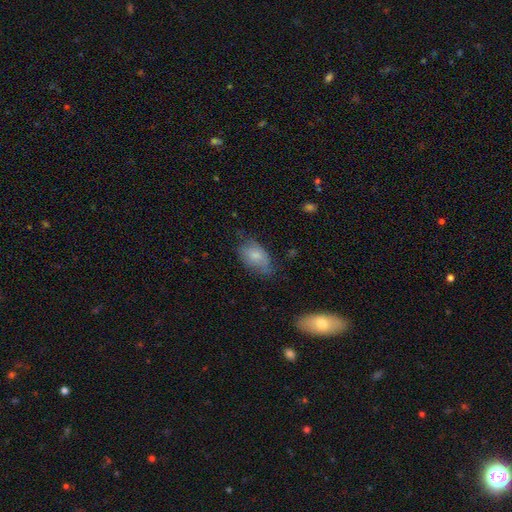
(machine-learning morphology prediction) Smooth or featured: smooth — 73% (featured or disk — 20%)
How rounded: in between — 92% (round — 6%)
Merging: none — 54% (minor disturbance — 33%)